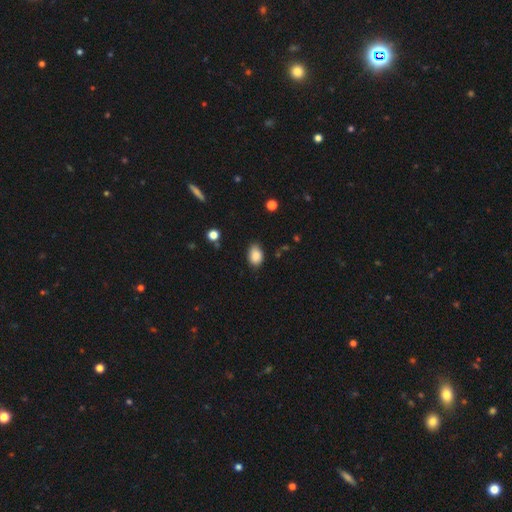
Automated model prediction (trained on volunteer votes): Smooth or featured? Predicted: smooth (p=0.88). How rounded? Predicted: in between (p=0.83). Merging? Predicted: none (p=0.78).